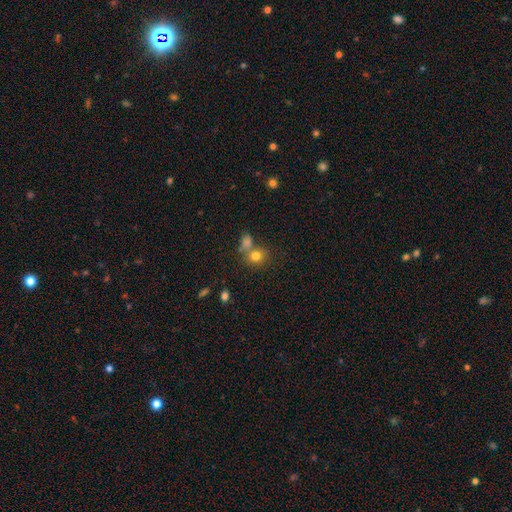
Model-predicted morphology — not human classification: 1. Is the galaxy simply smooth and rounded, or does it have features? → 78% smooth, 13% star or artifact, 9% featured or disk.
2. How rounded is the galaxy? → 77% round, 22% in between, 1% cigar-shaped.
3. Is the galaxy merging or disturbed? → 54% none, 32% merger, 10% minor disturbance, 4% major disturbance.